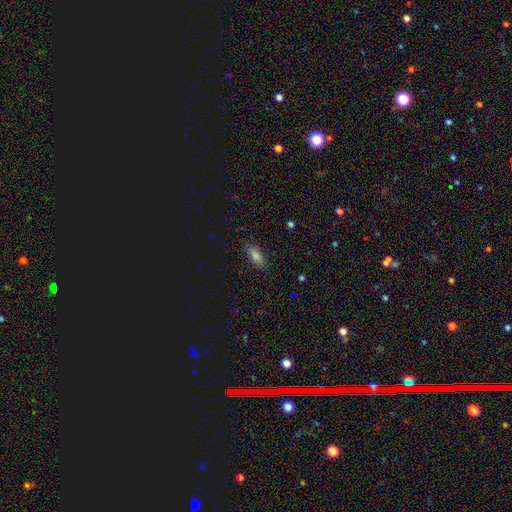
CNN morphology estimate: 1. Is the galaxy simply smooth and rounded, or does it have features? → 80% smooth, 13% star or artifact, 7% featured or disk.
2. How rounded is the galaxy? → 84% in between, 12% cigar-shaped, 4% round.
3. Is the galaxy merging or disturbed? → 87% none, 10% minor disturbance, 2% major disturbance, 1% merger.